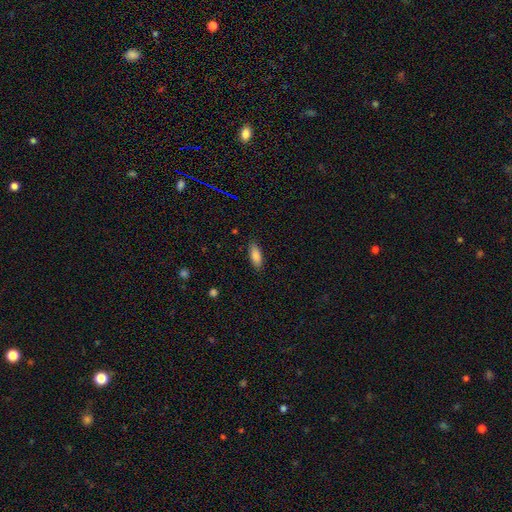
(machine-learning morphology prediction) This appears to be a smooth galaxy with no disk features (84%) that is in between round and cigar-shaped (78%). Merging: none (86%).